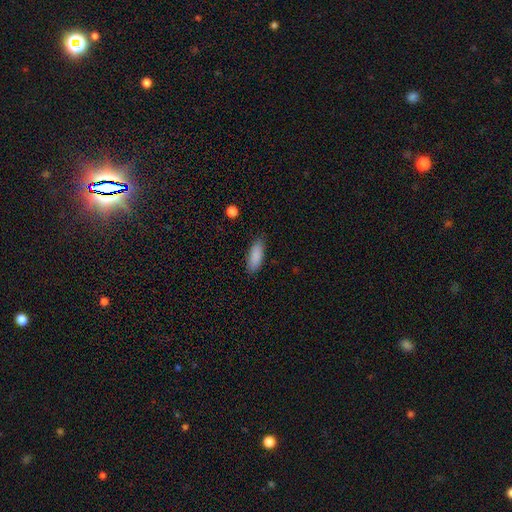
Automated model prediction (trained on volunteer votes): Q: Smooth or featured?
A: smooth (87%); runner-up: star or artifact (7%)
Q: How rounded?
A: in between (72%); runner-up: cigar-shaped (27%)
Q: Merging?
A: none (83%); runner-up: minor disturbance (13%)